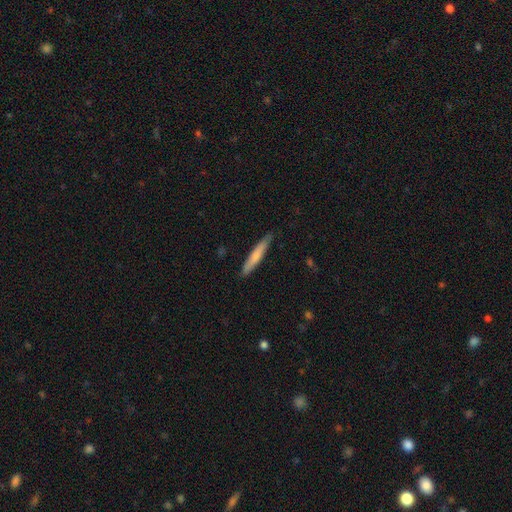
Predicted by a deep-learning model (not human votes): Smooth or featured? smooth (67%)
How rounded? cigar-shaped (94%)
Merging? none (88%)